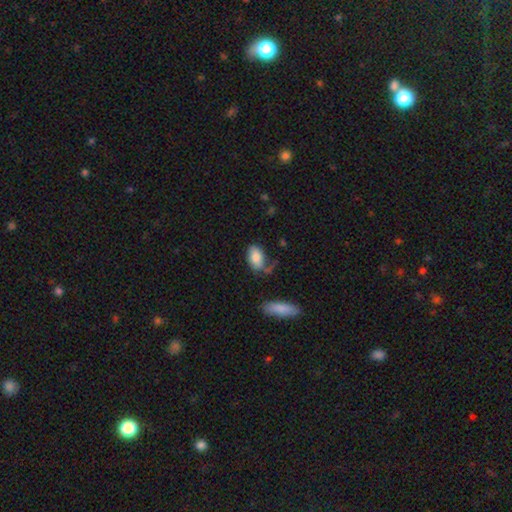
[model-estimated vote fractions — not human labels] Smooth or featured? Predicted: smooth (p=0.83). How rounded? Predicted: in between (p=0.92). Merging? Predicted: none (p=0.52).